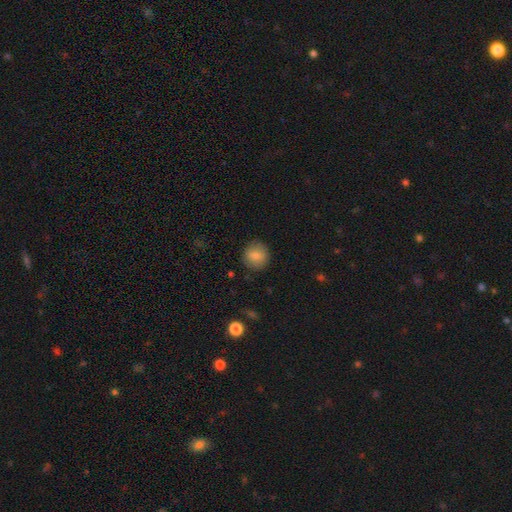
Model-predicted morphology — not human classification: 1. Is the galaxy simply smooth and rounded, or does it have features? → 83% smooth, 8% star or artifact, 8% featured or disk.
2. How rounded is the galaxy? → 89% round, 10% in between, 1% cigar-shaped.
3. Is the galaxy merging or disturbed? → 87% none, 9% minor disturbance, 3% major disturbance, 1% merger.